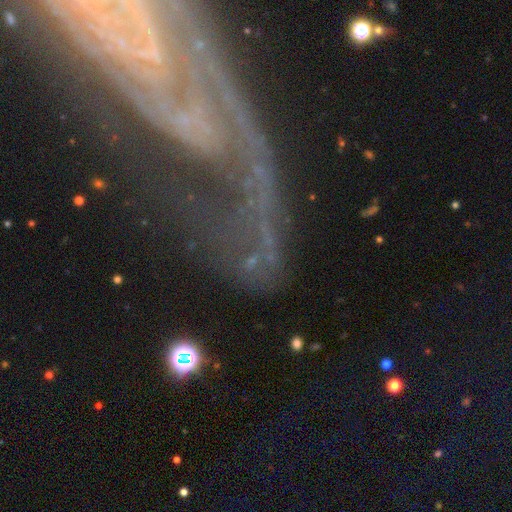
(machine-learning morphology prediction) featured or disk 59%, star or artifact 23%, smooth 18%. Down the decision tree: edge-on disk — no (85%); bar — no (46%); spiral arms — yes (75%); bulge size — small (42%); merging — none (58%).